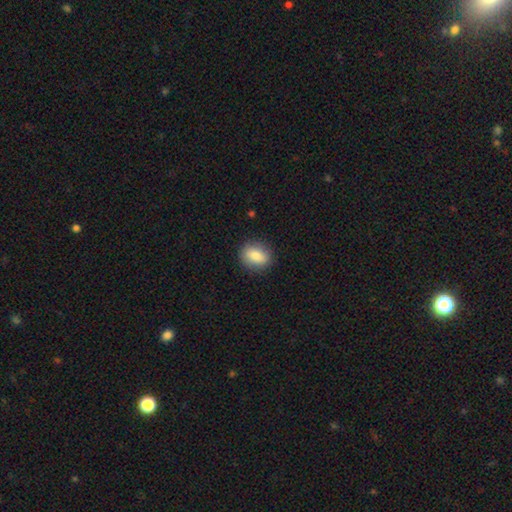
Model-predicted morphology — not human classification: A smooth galaxy with no disk features (83%) that is in between round and cigar-shaped (64%). Merging: none (86%).